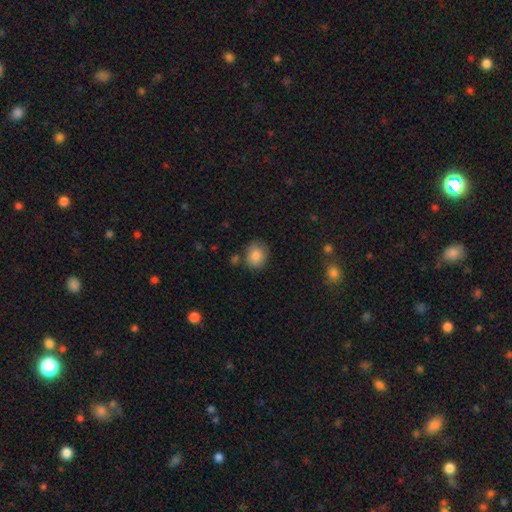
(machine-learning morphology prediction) Overall: smooth (85%). How rounded: round (71%). Merging: none (78%).